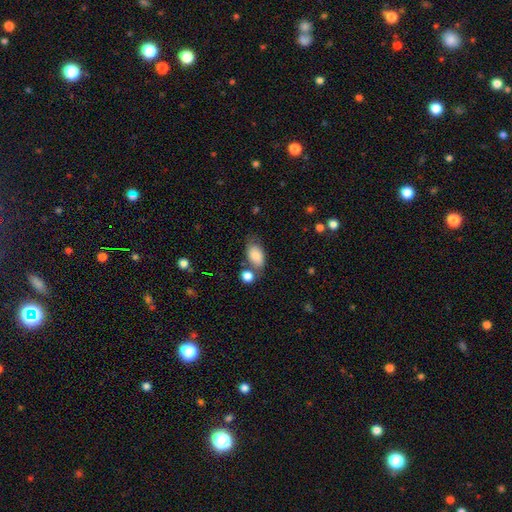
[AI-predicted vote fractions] Smooth or featured: smooth — 82% (featured or disk — 10%)
How rounded: in between — 91% (round — 8%)
Merging: none — 53% (minor disturbance — 21%)